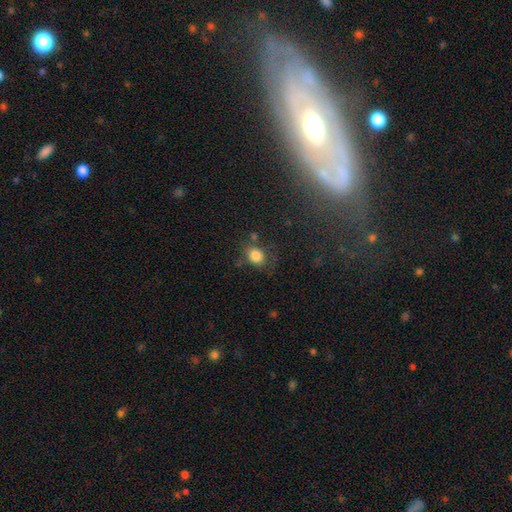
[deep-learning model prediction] A smooth galaxy with no disk features (82%) that is in between round and cigar-shaped (51%). Merging: none (67%).